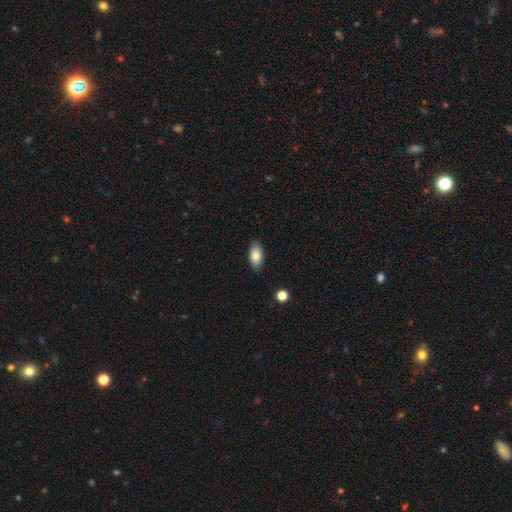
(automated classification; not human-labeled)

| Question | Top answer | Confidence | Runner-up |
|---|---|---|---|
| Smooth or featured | smooth | 79% | featured or disk (14%) |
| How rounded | in between | 91% | cigar-shaped (5%) |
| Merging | none | 85% | minor disturbance (11%) |